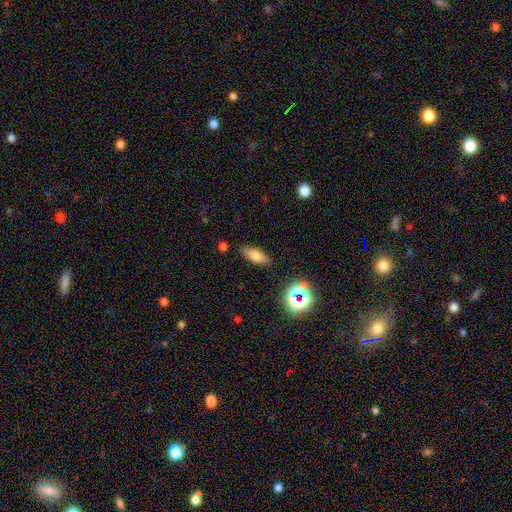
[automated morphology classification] Smooth or featured?
  - smooth: 73% *
  - featured or disk: 15%
  - star or artifact: 12%
How rounded?
  - in between: 69% *
  - cigar-shaped: 27%
  - round: 5%
Merging?
  - none: 85% *
  - minor disturbance: 10%
  - major disturbance: 3%
  - merger: 2%